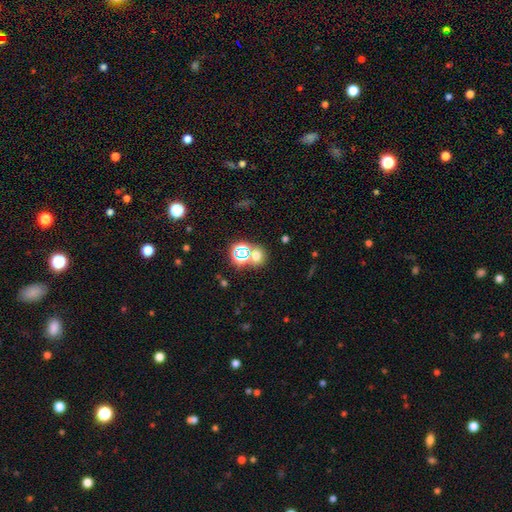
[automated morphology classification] Overall: smooth (57%; star or artifact 34%). How rounded: round (79%). Merging: none (63%; merger 25%).